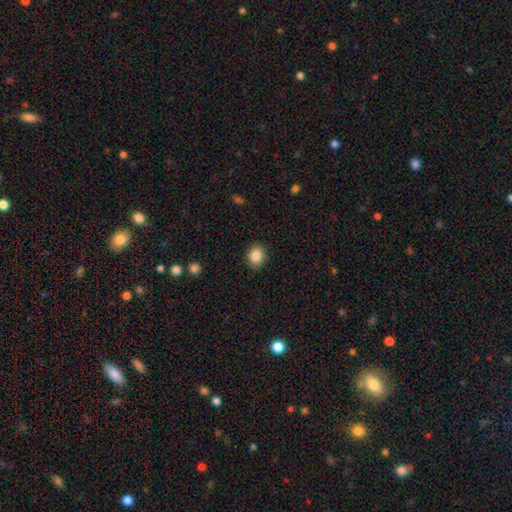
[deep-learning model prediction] Q: Smooth or featured?
A: smooth (85%); runner-up: star or artifact (9%)
Q: How rounded?
A: round (66%); runner-up: in between (33%)
Q: Merging?
A: none (90%); runner-up: minor disturbance (7%)